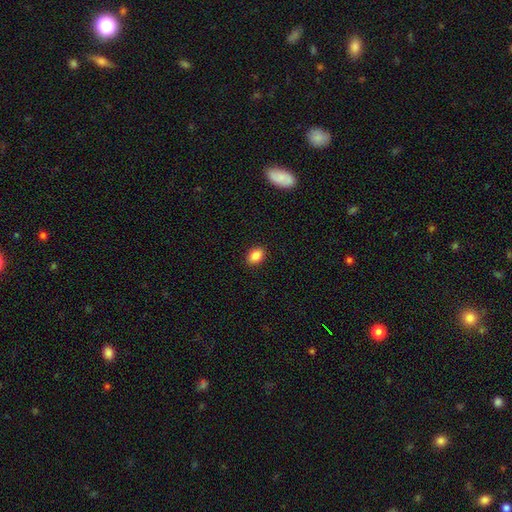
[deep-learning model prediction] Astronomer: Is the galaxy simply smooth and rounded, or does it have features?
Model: smooth — 86%.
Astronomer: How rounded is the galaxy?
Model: in between — 70%.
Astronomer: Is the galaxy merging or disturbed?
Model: none — 90%.